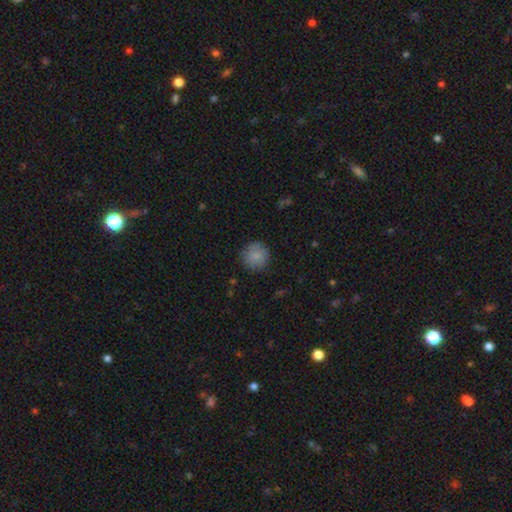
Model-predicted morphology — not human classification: Smooth or featured?
  - smooth: 82% *
  - featured or disk: 10%
  - star or artifact: 8%
How rounded?
  - round: 92% *
  - in between: 7%
  - cigar-shaped: 1%
Merging?
  - none: 82% *
  - minor disturbance: 13%
  - major disturbance: 4%
  - merger: 1%